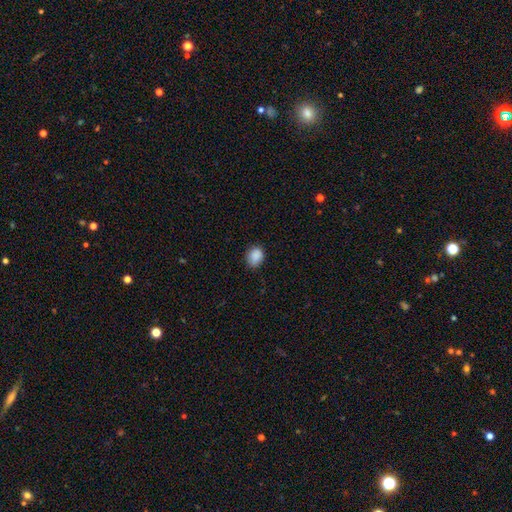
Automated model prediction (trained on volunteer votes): Smooth or featured? smooth (88%)
How rounded? in between (52%)
Merging? none (77%)